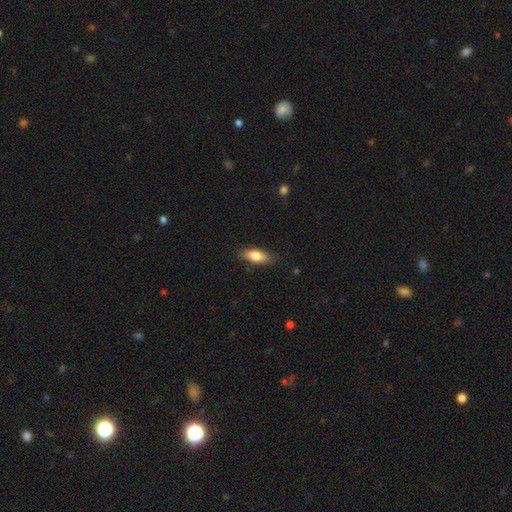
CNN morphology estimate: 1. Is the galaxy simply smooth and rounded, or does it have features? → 76% smooth, 17% featured or disk, 7% star or artifact.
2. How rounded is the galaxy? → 73% in between, 24% cigar-shaped, 3% round.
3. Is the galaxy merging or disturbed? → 85% none, 12% minor disturbance, 2% major disturbance, 1% merger.